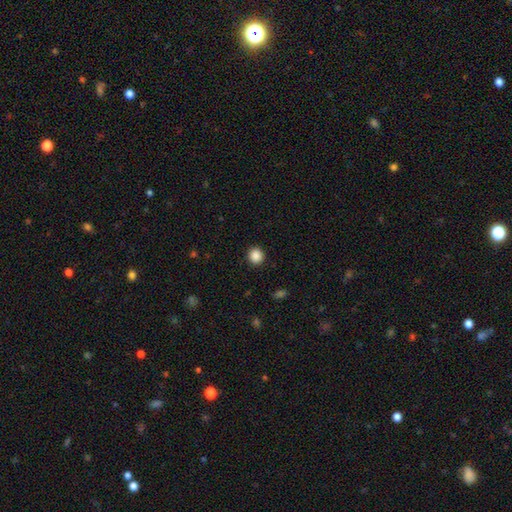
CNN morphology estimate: The model was most divided on "smooth or featured": smooth: 87%, star or artifact: 10%, featured or disk: 3%. More confident: merging — none (92%); how rounded — round (92%).